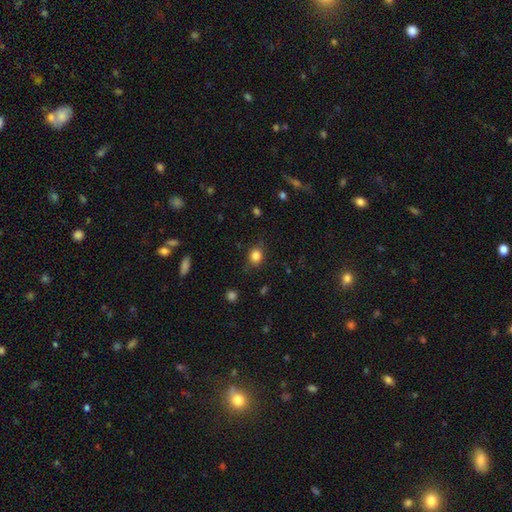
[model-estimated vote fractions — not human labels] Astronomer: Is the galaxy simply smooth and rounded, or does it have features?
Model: smooth — 83%.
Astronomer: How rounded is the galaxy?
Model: round — 61% (runner-up: in between, 38%).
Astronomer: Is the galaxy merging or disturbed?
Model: none — 77%.